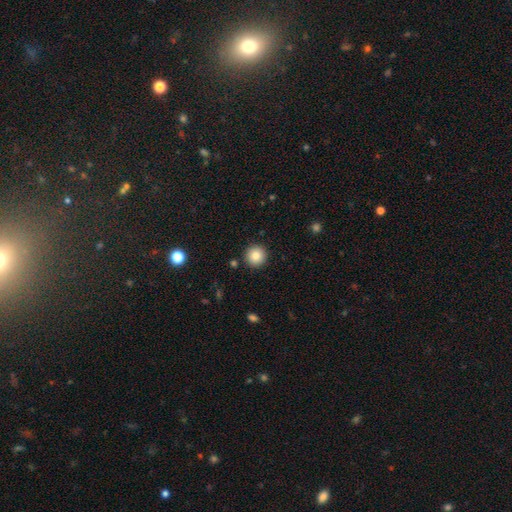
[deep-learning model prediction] smooth_or_featured: smooth (p=0.84) [alt: star or artifact p=0.10]
how_rounded: round (p=0.95) [alt: in between p=0.04]
merging: none (p=0.91) [alt: minor disturbance p=0.06]